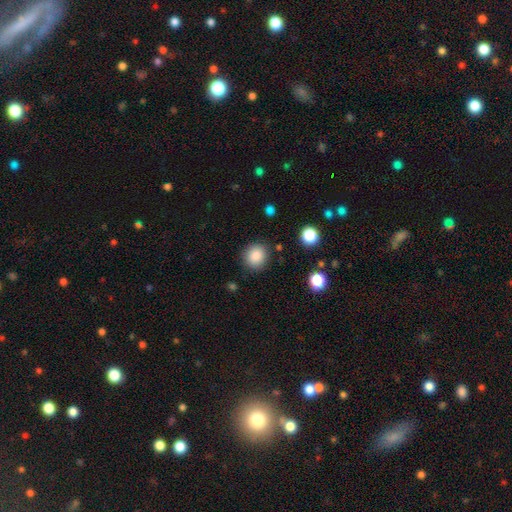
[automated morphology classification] This is clearly a smooth galaxy (87%). How rounded: clearly round (82%). Merging: clearly none (86%).